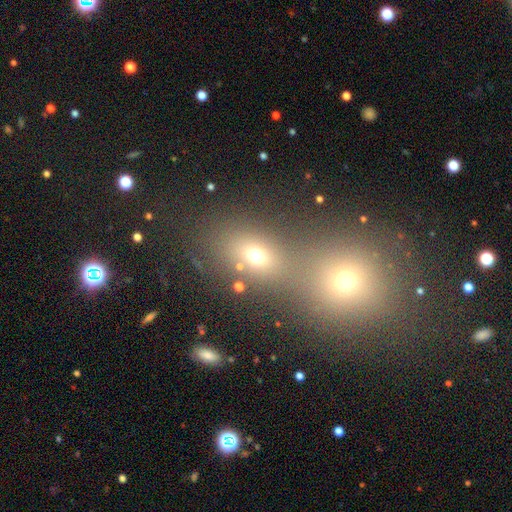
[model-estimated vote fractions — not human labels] Smooth or featured? Predicted: smooth (p=0.63). How rounded? Predicted: in between (p=0.59). Merging? Predicted: none (p=0.45).